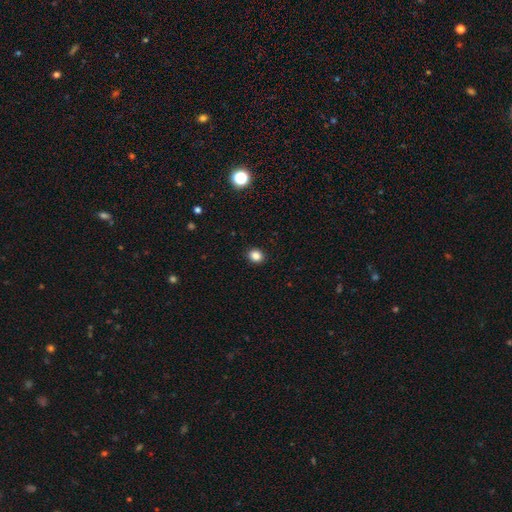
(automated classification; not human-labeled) smooth 85%, star or artifact 11%, featured or disk 4%. Down the decision tree: how rounded — round (65%); merging — none (91%).